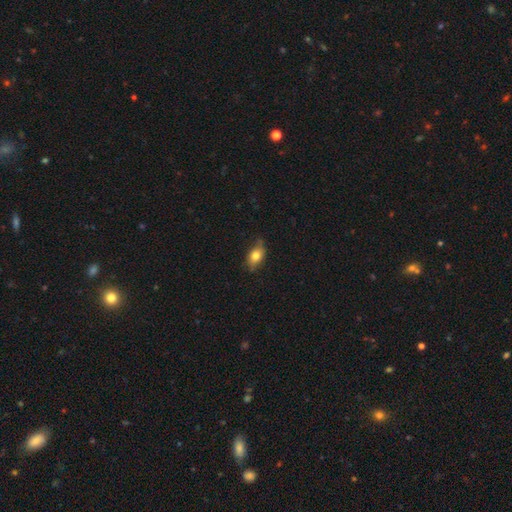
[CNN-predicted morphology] This appears to be a smooth galaxy with no disk features (77%) that is in between round and cigar-shaped (81%). Merging: none (68%).